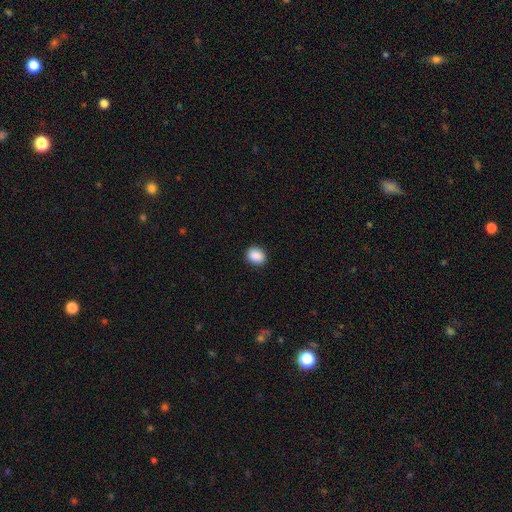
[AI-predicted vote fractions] Q: Smooth or featured?
A: smooth (89%); runner-up: star or artifact (8%)
Q: How rounded?
A: in between (52%); runner-up: round (46%)
Q: Merging?
A: none (90%); runner-up: minor disturbance (7%)